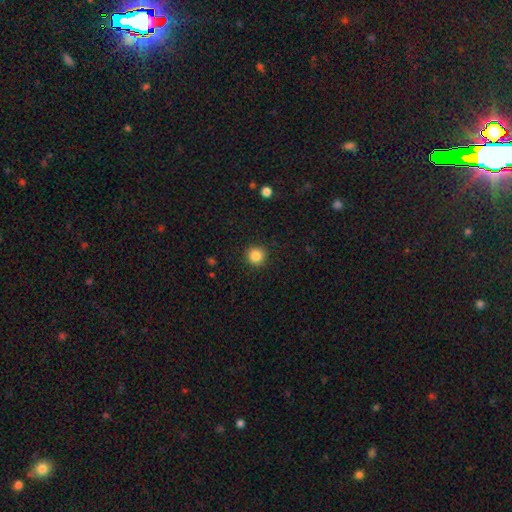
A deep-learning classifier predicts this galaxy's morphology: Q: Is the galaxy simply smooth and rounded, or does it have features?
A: smooth — 86%.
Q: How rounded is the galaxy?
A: round — 94%.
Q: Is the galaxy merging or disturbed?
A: none — 91%.